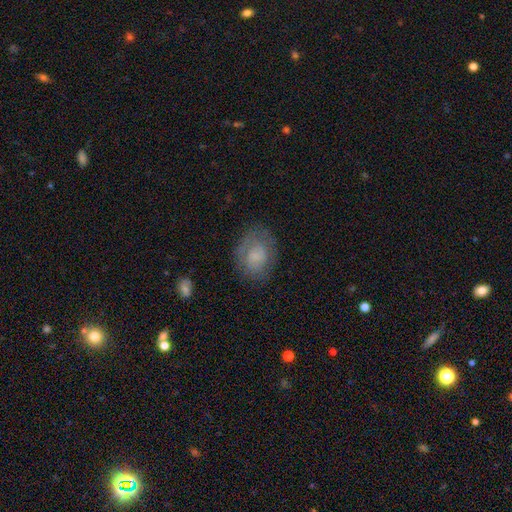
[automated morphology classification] The model was most divided on "how rounded": in between: 60%, round: 39%, cigar-shaped: 1%. More confident: merging — none (68%); smooth or featured — smooth (62%).